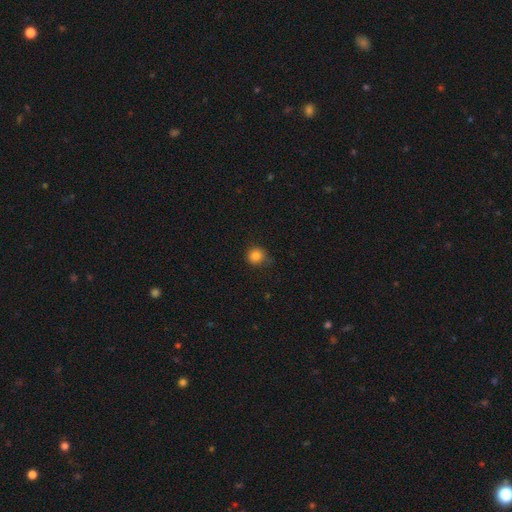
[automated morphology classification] smooth 84%, star or artifact 12%, featured or disk 5%. Down the decision tree: how rounded — round (89%); merging — none (76%).